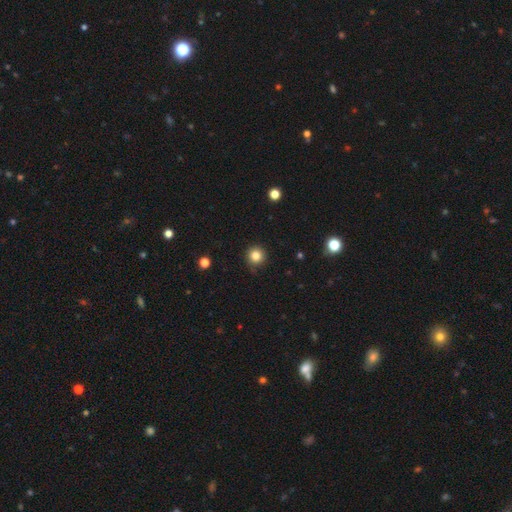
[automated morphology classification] The model was most divided on "smooth or featured": smooth: 82%, star or artifact: 13%, featured or disk: 5%. More confident: how rounded — round (94%); merging — none (86%).